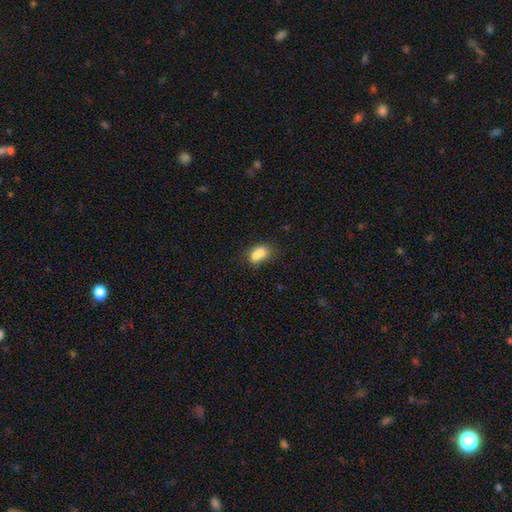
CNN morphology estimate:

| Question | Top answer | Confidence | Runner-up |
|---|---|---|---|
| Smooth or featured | smooth | 74% | featured or disk (16%) |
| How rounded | in between | 71% | round (26%) |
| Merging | merger | 49% | none (31%) |